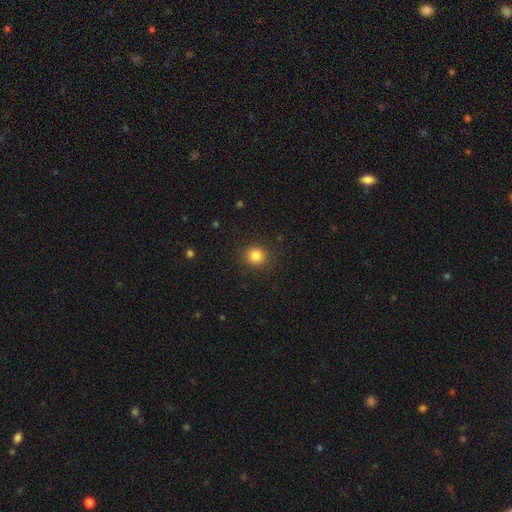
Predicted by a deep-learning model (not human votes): smooth-or-featured: smooth: 84% | star or artifact: 11% | featured or disk: 5%
  how-rounded: round: 89% | in between: 10% | cigar-shaped: 1%
  merging: none: 89% | minor disturbance: 7% | major disturbance: 3% | merger: 1%